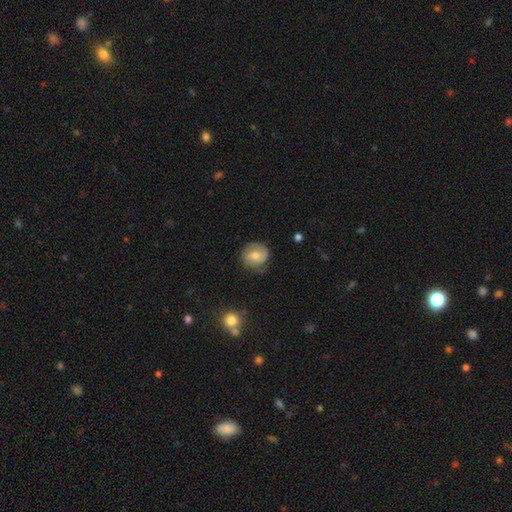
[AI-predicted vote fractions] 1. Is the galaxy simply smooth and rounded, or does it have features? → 53% smooth, 40% featured or disk, 7% star or artifact.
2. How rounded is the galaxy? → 85% round, 14% in between, 1% cigar-shaped.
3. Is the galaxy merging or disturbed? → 67% none, 24% minor disturbance, 7% major disturbance, 2% merger.